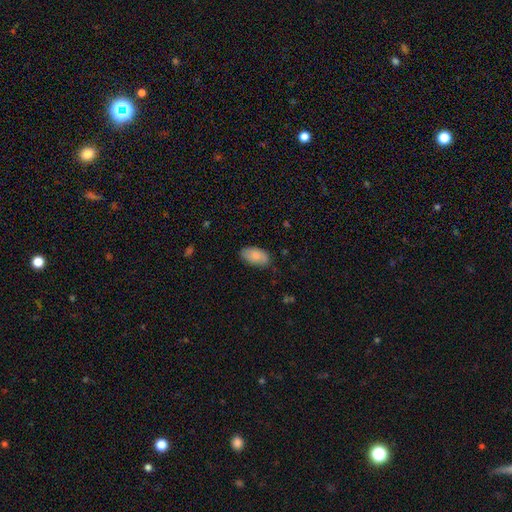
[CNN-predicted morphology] Smooth or featured?
  - smooth: 82% *
  - featured or disk: 11%
  - star or artifact: 6%
How rounded?
  - in between: 94% *
  - round: 4%
  - cigar-shaped: 2%
Merging?
  - none: 81% *
  - minor disturbance: 15%
  - major disturbance: 3%
  - merger: 1%